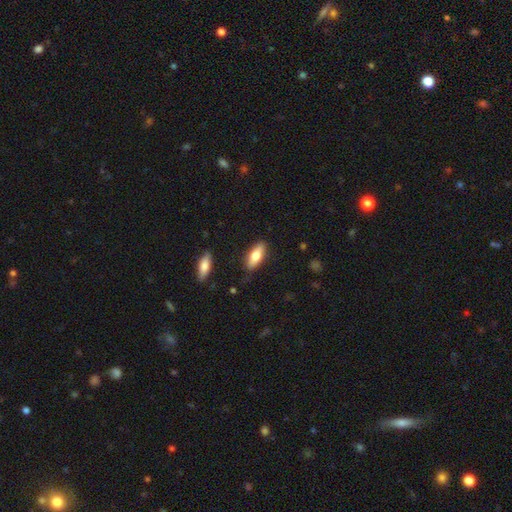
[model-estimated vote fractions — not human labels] A smooth galaxy with no disk features (71%) that is in between round and cigar-shaped (72%).

Vote fractions:
- Smooth or featured? smooth: 71% / featured or disk: 23% / star or artifact: 6%
- How rounded? in between: 72% / cigar-shaped: 26% / round: 2%
- Merging? none: 84% / minor disturbance: 12% / major disturbance: 2% / merger: 2%